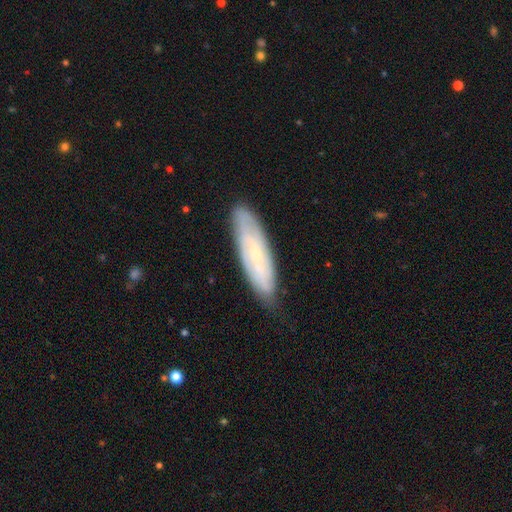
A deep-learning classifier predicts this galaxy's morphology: This appears to be a featured or disk galaxy (64%). Merging: none (76%).